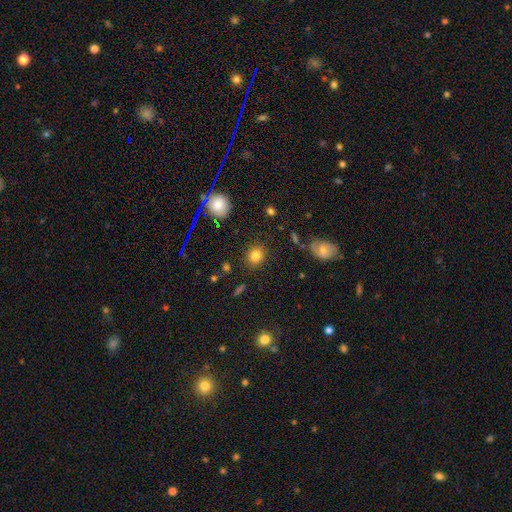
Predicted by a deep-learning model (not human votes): Morphology: type=smooth (82%); roundness=round (80%); merging=none (87%).